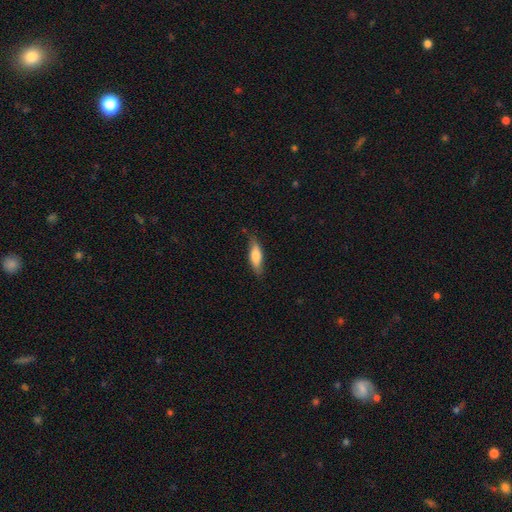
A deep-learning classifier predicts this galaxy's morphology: Smooth or featured: smooth — 72% (featured or disk — 22%)
How rounded: in between — 52% (cigar-shaped — 46%)
Merging: none — 76% (minor disturbance — 20%)